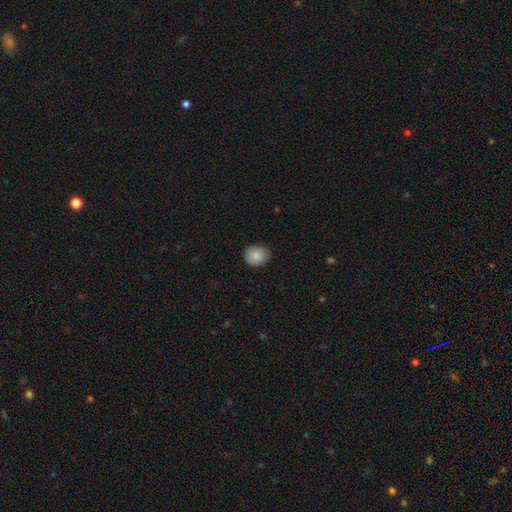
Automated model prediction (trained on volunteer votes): smooth-or-featured: smooth: 88% | star or artifact: 7% | featured or disk: 4%
  how-rounded: round: 70% | in between: 29% | cigar-shaped: 1%
  merging: none: 83% | minor disturbance: 13% | major disturbance: 2% | merger: 1%